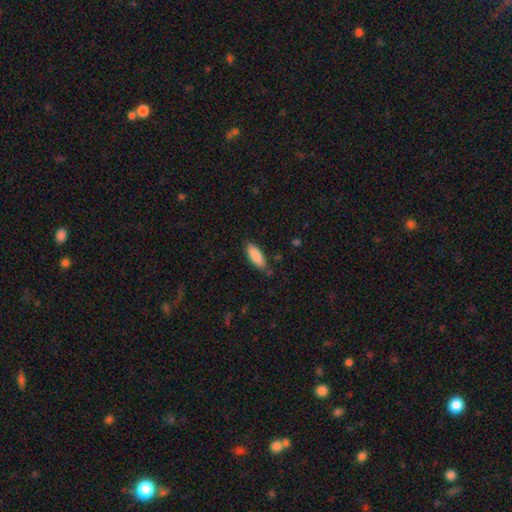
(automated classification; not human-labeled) smooth-or-featured: smooth: 89% | star or artifact: 6% | featured or disk: 6%
  how-rounded: in between: 72% | cigar-shaped: 27% | round: 2%
  merging: none: 78% | minor disturbance: 17% | major disturbance: 3% | merger: 2%